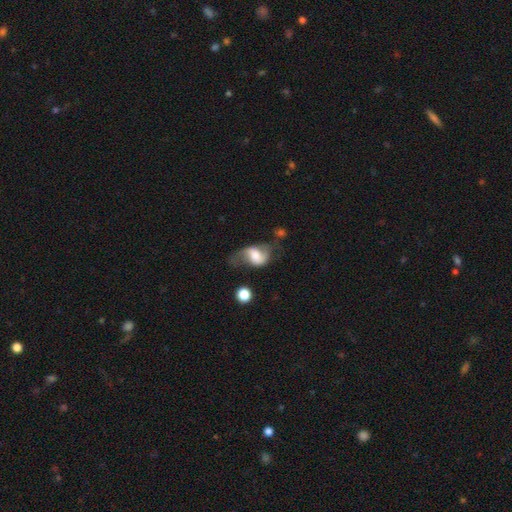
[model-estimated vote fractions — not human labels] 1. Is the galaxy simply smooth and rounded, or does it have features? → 52% featured or disk, 40% smooth, 8% star or artifact.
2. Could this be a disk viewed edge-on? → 95% no, 5% yes.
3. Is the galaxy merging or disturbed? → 37% none, 29% major disturbance, 27% minor disturbance, 7% merger.